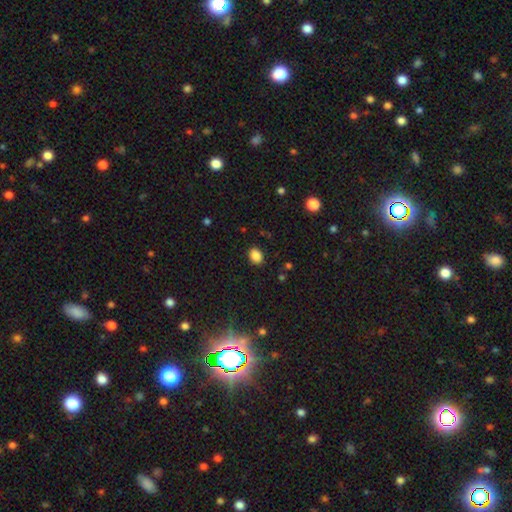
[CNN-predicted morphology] This is clearly a smooth galaxy (87%). How rounded: likely in between (66%). Merging: clearly none (88%).